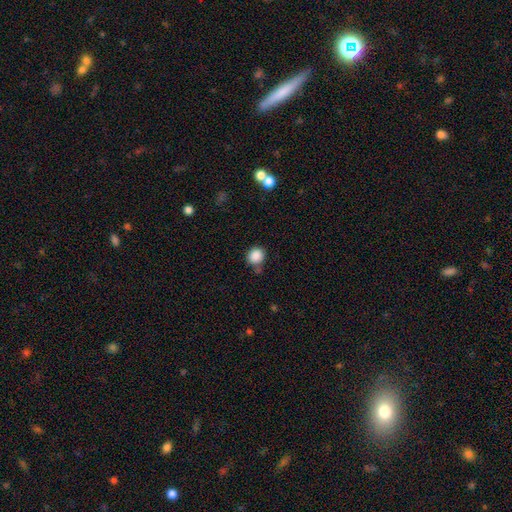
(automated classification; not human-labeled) smooth-or-featured: smooth: 86% | star or artifact: 10% | featured or disk: 3%
  how-rounded: round: 83% | in between: 16% | cigar-shaped: 1%
  merging: none: 72% | minor disturbance: 17% | merger: 7% | major disturbance: 4%